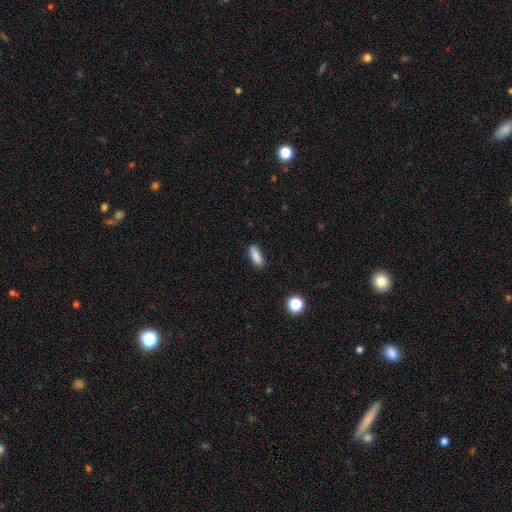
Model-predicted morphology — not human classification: Overall: smooth (86%). How rounded: in between (58%; cigar-shaped 40%). Merging: none (85%).